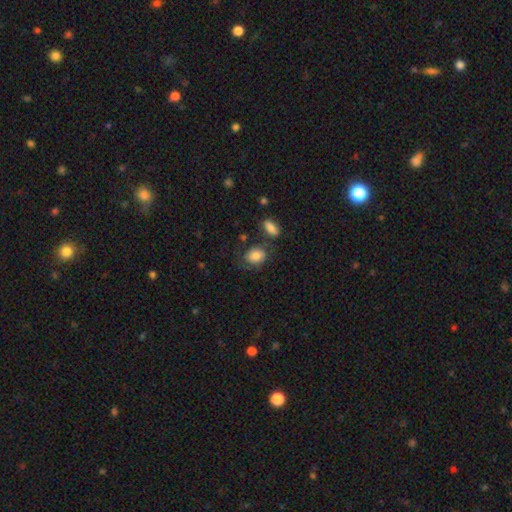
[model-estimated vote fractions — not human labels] The model was most divided on "how rounded": in between: 65%, round: 34%, cigar-shaped: 1%. More confident: smooth or featured — smooth (78%); merging — none (60%).